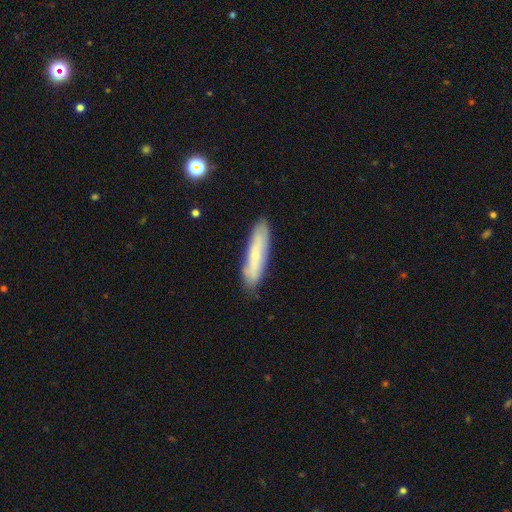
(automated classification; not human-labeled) Smooth or featured? Predicted: smooth (p=0.62). How rounded? Predicted: cigar-shaped (p=0.80). Merging? Predicted: none (p=0.84).